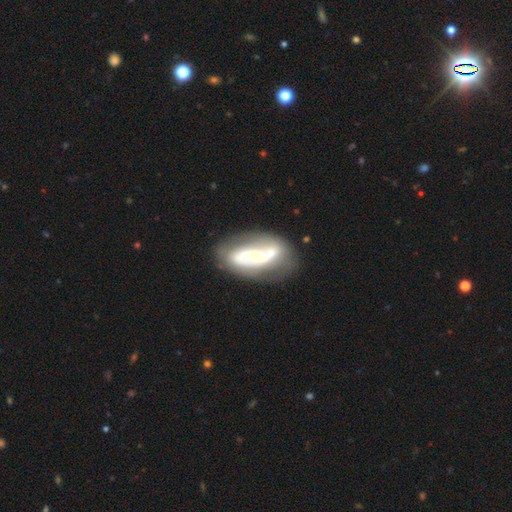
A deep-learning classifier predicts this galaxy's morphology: Smooth or featured?
  - featured or disk: 69% *
  - smooth: 24%
  - star or artifact: 7%
Edge-on disk?
  - no: 94% *
  - yes: 6%
Bar?
  - no: 49% *
  - weak: 29%
  - strong: 22%
Spiral arms?
  - yes: 70% *
  - no: 30%
Bulge size?
  - small: 51% *
  - moderate: 25%
  - none: 15%
  - large: 7%
  - dominant: 2%
Merging?
  - none: 54% *
  - minor disturbance: 22%
  - major disturbance: 15%
  - merger: 9%